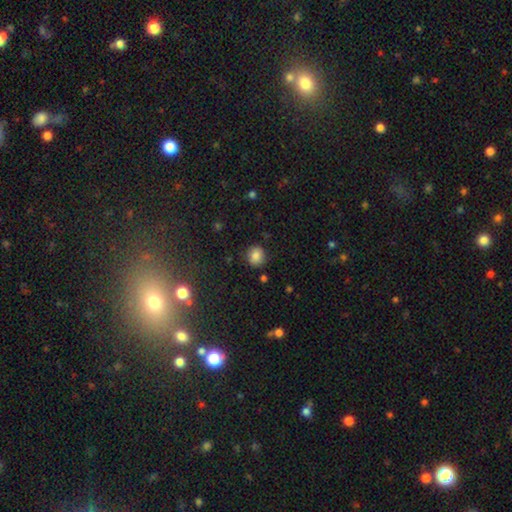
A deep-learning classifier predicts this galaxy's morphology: A smooth galaxy with no disk features (83%) that is round (84%). Merging: none (86%).